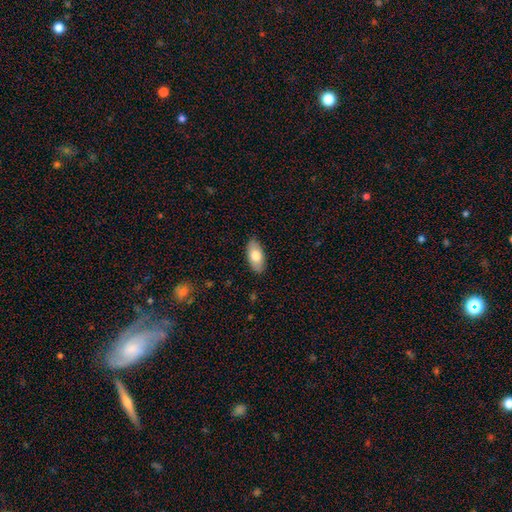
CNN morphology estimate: This appears to be a smooth galaxy with no disk features (75%) that is in between round and cigar-shaped (92%). Merging: none (87%).